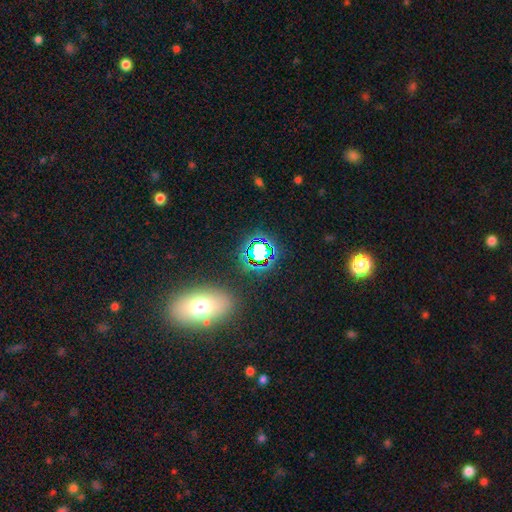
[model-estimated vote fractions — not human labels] The model was most divided on "smooth or featured": star or artifact: 63%, smooth: 26%, featured or disk: 11%.